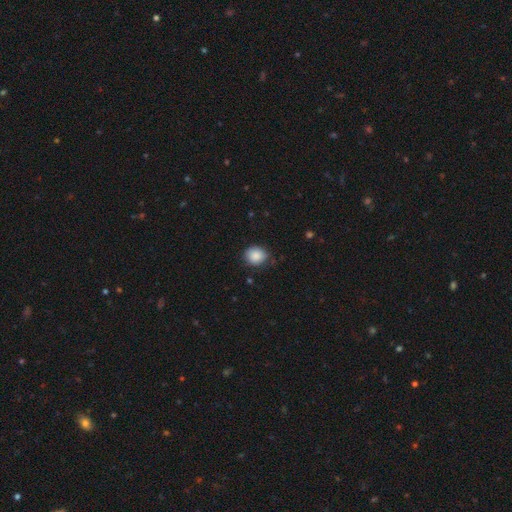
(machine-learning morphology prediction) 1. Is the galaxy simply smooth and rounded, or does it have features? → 87% smooth, 8% star or artifact, 5% featured or disk.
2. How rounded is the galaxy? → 70% round, 29% in between, 1% cigar-shaped.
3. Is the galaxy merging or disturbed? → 72% none, 22% minor disturbance, 4% major disturbance, 1% merger.